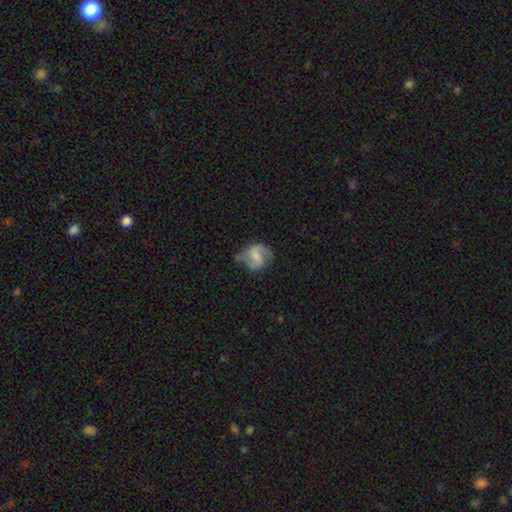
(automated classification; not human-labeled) Smooth or featured: featured or disk — 66% (smooth — 27%)
Edge-on disk: no — 98% (yes — 2%)
Bar: weak — 53% (no — 26%)
Spiral arms: yes — 89% (no — 11%)
Spiral winding: medium — 47% (loose — 36%)
Spiral arm count: 2 — 83% (can't tell — 7%)
Bulge size: small — 37% (moderate — 32%)
Merging: none — 56% (minor disturbance — 28%)